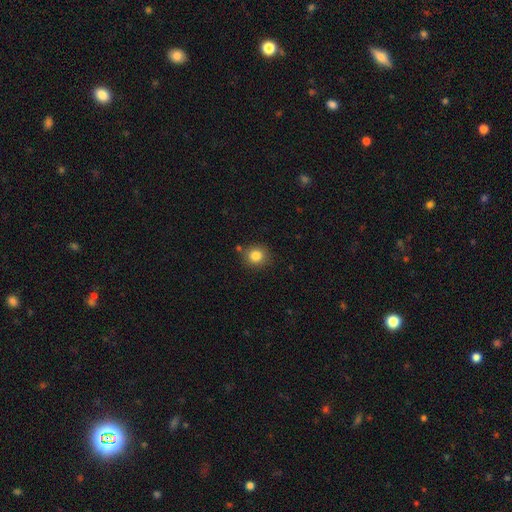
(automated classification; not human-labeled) The model was most divided on "how rounded": round: 85%, in between: 15%, cigar-shaped: 1%. More confident: smooth or featured — smooth (84%); merging — none (83%).